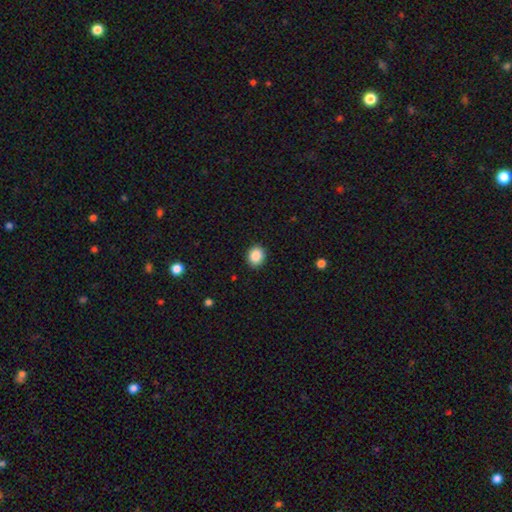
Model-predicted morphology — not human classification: smooth_or_featured: smooth (p=0.88) [alt: star or artifact p=0.09]
how_rounded: round (p=0.66) [alt: in between p=0.33]
merging: none (p=0.91) [alt: minor disturbance p=0.06]